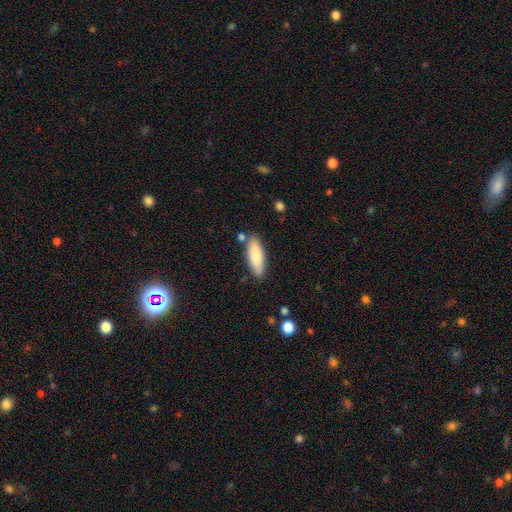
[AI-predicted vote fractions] smooth-or-featured: smooth: 83% | featured or disk: 11% | star or artifact: 6%
  how-rounded: in between: 51% | cigar-shaped: 47% | round: 2%
  merging: none: 81% | minor disturbance: 12% | merger: 4% | major disturbance: 2%